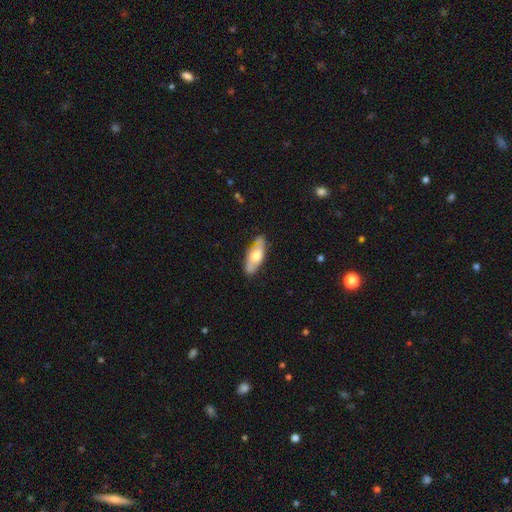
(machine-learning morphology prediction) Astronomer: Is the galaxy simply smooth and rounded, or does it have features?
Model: smooth — 52% (runner-up: featured or disk, 43%).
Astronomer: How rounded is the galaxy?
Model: in between — 76%.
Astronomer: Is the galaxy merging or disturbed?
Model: none — 78%.